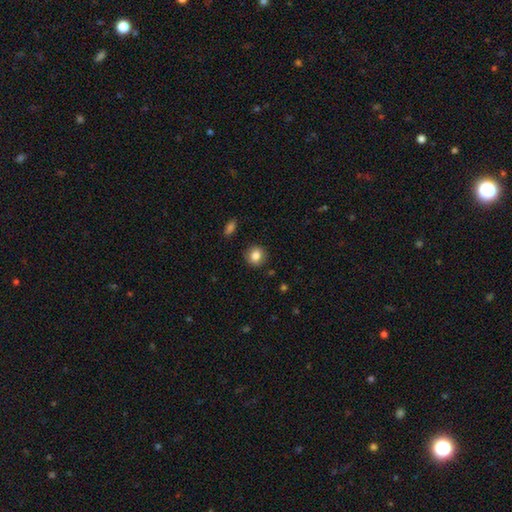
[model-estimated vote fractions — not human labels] smooth_or_featured: smooth (p=0.84) [alt: star or artifact p=0.09]
how_rounded: round (p=0.87) [alt: in between p=0.12]
merging: none (p=0.89) [alt: minor disturbance p=0.07]